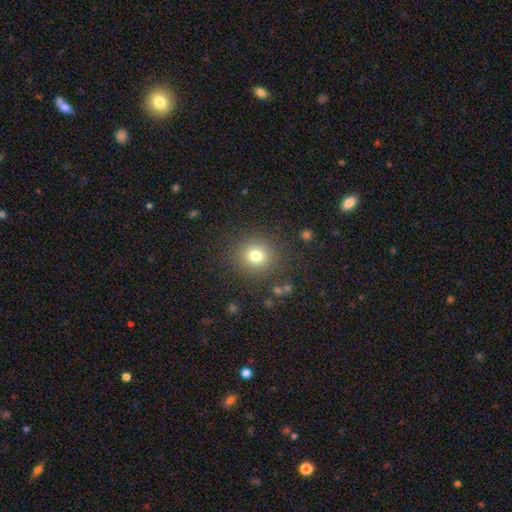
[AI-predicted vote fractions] This is likely a smooth galaxy (76%). How rounded: clearly round (90%). Merging: clearly none (87%).